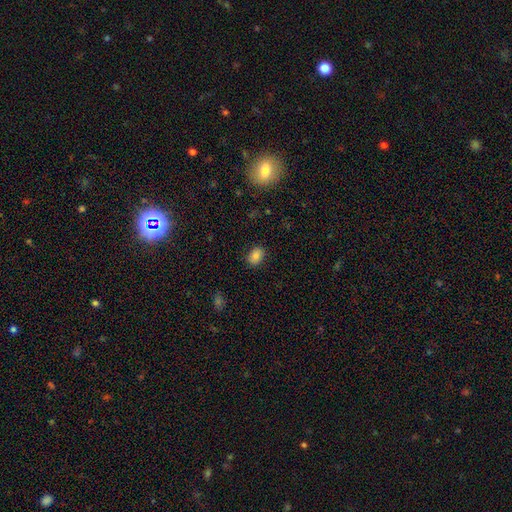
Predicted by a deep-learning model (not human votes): Smooth or featured? smooth (82%)
How rounded? in between (70%)
Merging? none (87%)